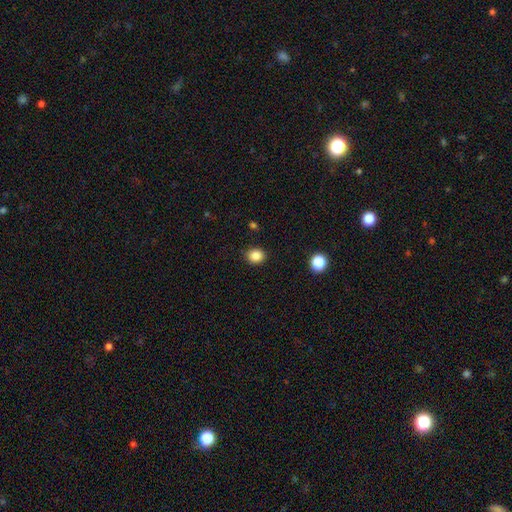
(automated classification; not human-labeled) smooth_or_featured: smooth (p=0.86) [alt: star or artifact p=0.11]
how_rounded: round (p=0.71) [alt: in between p=0.28]
merging: none (p=0.89) [alt: minor disturbance p=0.07]